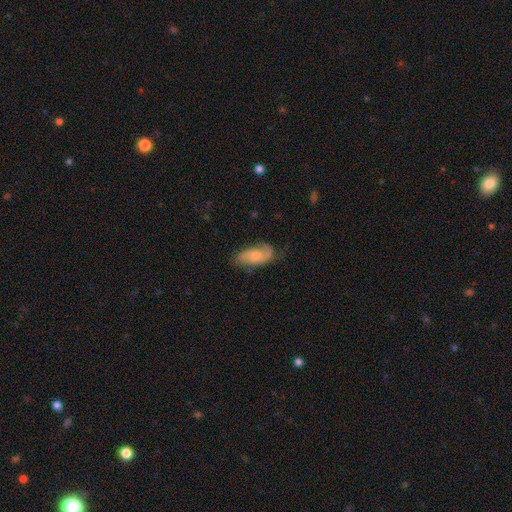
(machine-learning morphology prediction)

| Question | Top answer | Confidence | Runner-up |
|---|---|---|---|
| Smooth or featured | featured or disk | 60% | smooth (34%) |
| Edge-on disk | no | 94% | yes (6%) |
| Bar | no | 69% | weak (27%) |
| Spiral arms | yes | 90% | no (10%) |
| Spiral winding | medium | 42% | loose (34%) |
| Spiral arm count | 2 | 70% | can't tell (12%) |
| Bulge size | small | 47% | moderate (37%) |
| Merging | none | 65% | minor disturbance (24%) |